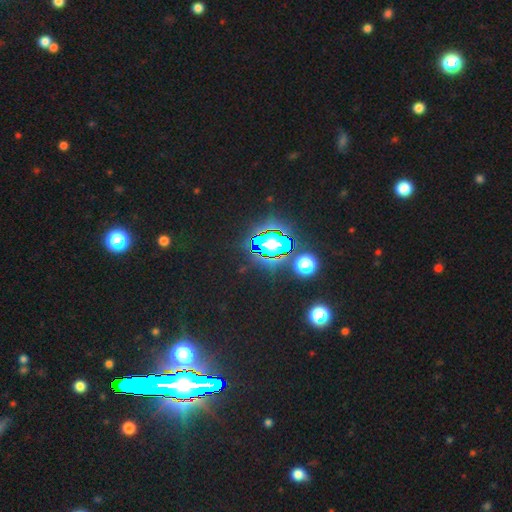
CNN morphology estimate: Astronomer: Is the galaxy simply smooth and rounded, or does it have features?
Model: star or artifact — 84%.